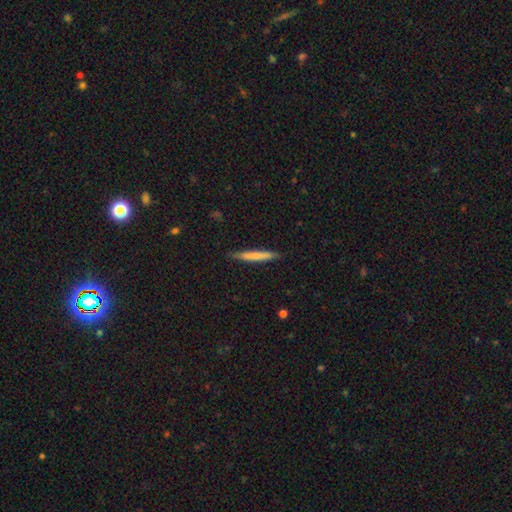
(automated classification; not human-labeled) Smooth or featured?
  - smooth: 68% *
  - featured or disk: 27%
  - star or artifact: 6%
How rounded?
  - cigar-shaped: 95% *
  - in between: 4%
  - round: 1%
Merging?
  - none: 87% *
  - minor disturbance: 10%
  - major disturbance: 2%
  - merger: 1%